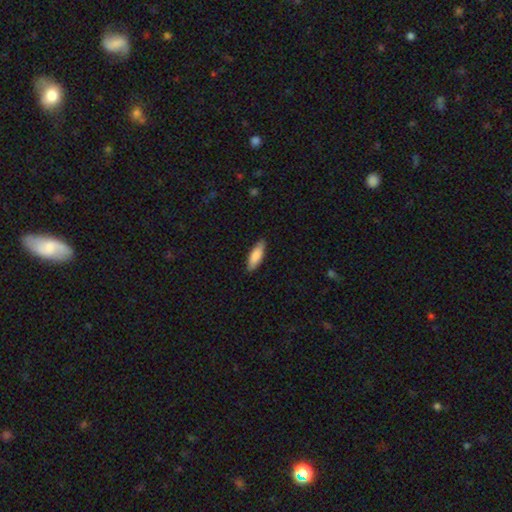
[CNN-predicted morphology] smooth_or_featured: smooth (p=0.85) [alt: featured or disk p=0.10]
how_rounded: in between (p=0.54) [alt: cigar-shaped p=0.44]
merging: none (p=0.87) [alt: minor disturbance p=0.10]